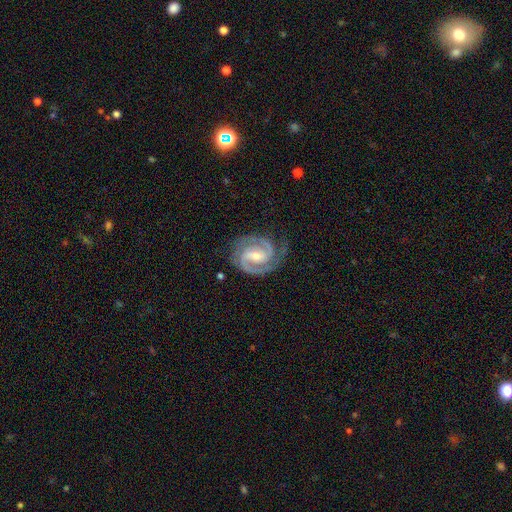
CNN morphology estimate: Smooth or featured?
  - featured or disk: 93% *
  - star or artifact: 4%
  - smooth: 3%
Edge-on disk?
  - no: 98% *
  - yes: 2%
Bar?
  - weak: 44% *
  - strong: 31%
  - no: 25%
Spiral arms?
  - yes: 99% *
  - no: 1%
Spiral winding?
  - tight: 58% *
  - medium: 38%
  - loose: 4%
Spiral arm count?
  - 2: 89% *
  - 3: 5%
  - can't tell: 2%
  - 1: 1%
  - 4: 1%
  - more than 4: 1%
Bulge size?
  - small: 49% *
  - moderate: 47%
  - large: 2%
  - none: 2%
  - dominant: 1%
Merging?
  - none: 79% *
  - minor disturbance: 15%
  - major disturbance: 5%
  - merger: 1%